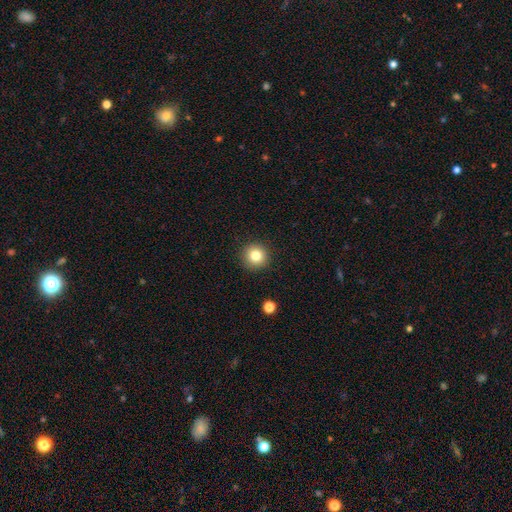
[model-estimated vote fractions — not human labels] Overall: smooth (81%). How rounded: round (95%). Merging: none (92%).